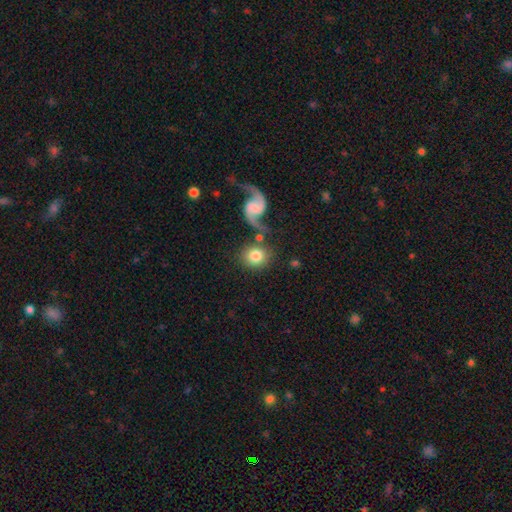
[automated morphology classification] The model was most divided on "merging": none: 65%, merger: 18%, minor disturbance: 11%, major disturbance: 6%. More confident: how rounded — round (84%); smooth or featured — smooth (72%).